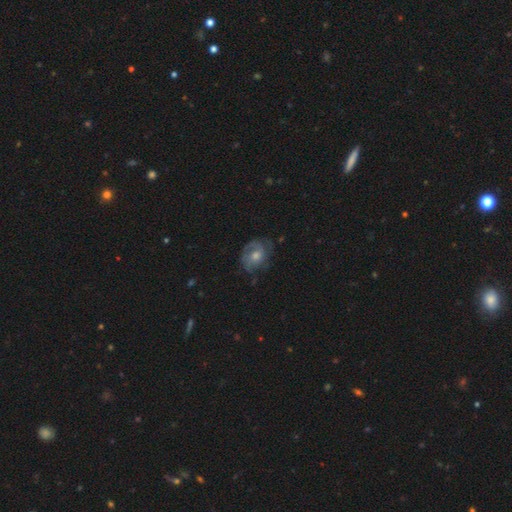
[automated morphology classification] smooth_or_featured: featured or disk (p=0.64) [alt: smooth p=0.25]
disk_edge_on: no (p=0.97) [alt: yes p=0.03]
bar: no (p=0.75) [alt: weak p=0.22]
has_spiral_arms: yes (p=0.82) [alt: no p=0.18]
spiral_winding: tight (p=0.52) [alt: medium p=0.36]
spiral_arm_count: can't tell (p=0.35) [tied with: 2 p=0.35]
bulge_size: moderate (p=0.66) [alt: small p=0.23]
merging: none (p=0.70) [alt: minor disturbance p=0.20]